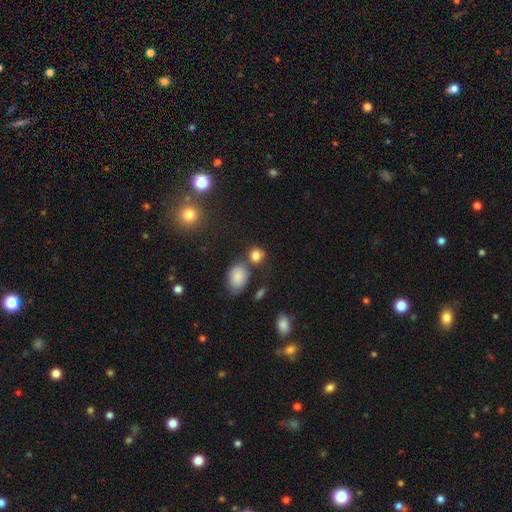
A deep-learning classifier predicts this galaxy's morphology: type=smooth (81%); roundness=round (73%); merging=none (60%).